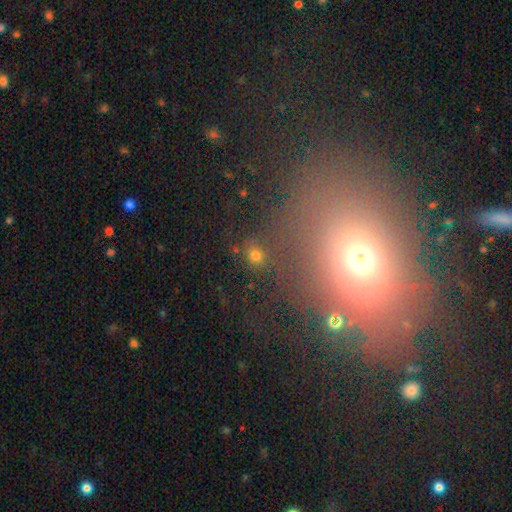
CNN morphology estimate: This is likely a smooth galaxy (65%). How rounded: likely round (80%). Merging: clearly none (83%).